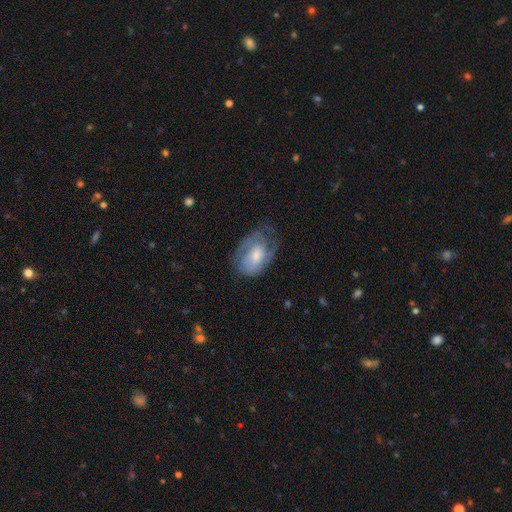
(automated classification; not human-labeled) This appears to be a featured or disk galaxy (58%) with no bar (60%), spiral arms (79%) and a small central bulge (44%, tied with moderate). Merging: none (49%).